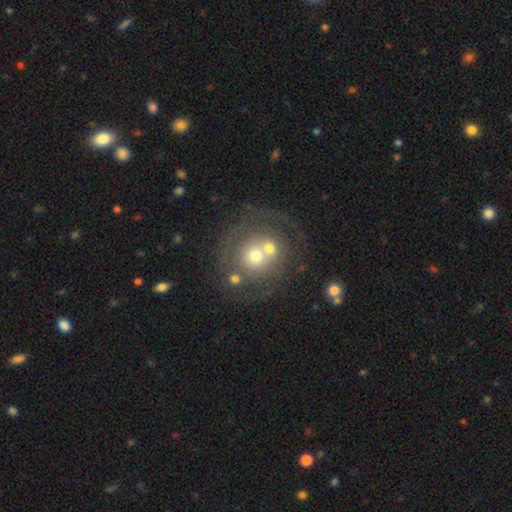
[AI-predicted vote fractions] Morphology: type=featured or disk (48%); merging=none (48%).